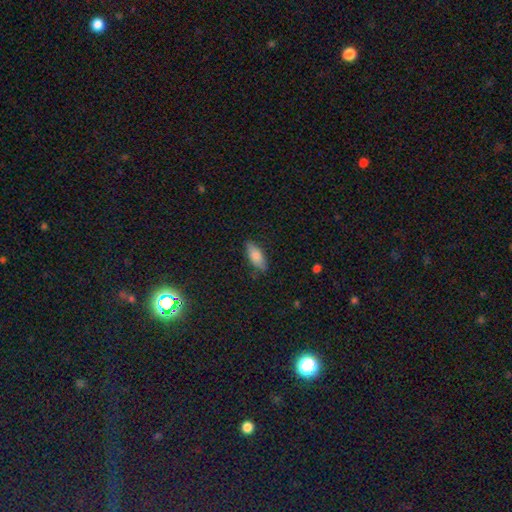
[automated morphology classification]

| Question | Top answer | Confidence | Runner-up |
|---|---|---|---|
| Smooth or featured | smooth | 81% | featured or disk (12%) |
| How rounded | in between | 78% | cigar-shaped (20%) |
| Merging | none | 84% | minor disturbance (13%) |